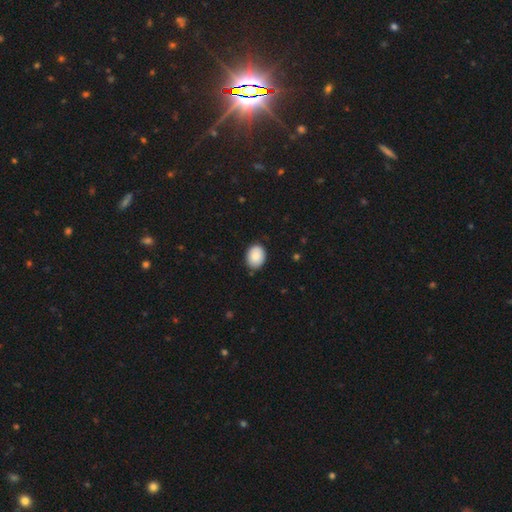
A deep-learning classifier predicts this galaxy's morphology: This appears to be a smooth galaxy with no disk features (86%) that is in between round and cigar-shaped (61%). Merging: none (85%).